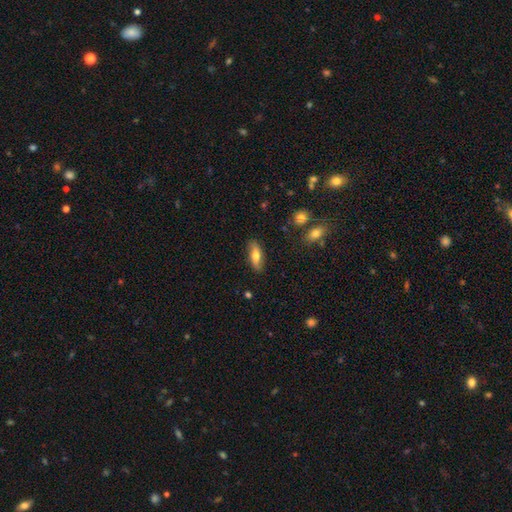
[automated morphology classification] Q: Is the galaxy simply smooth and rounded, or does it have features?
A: smooth — 65%.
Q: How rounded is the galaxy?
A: in between — 64%.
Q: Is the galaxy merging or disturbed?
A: none — 84%.